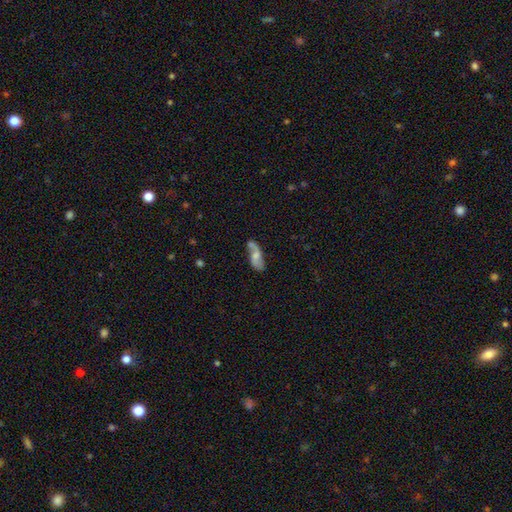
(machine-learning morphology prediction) smooth-or-featured: featured or disk: 50% | smooth: 42% | star or artifact: 8%
  merging: none: 48% | minor disturbance: 24% | merger: 15% | major disturbance: 12%